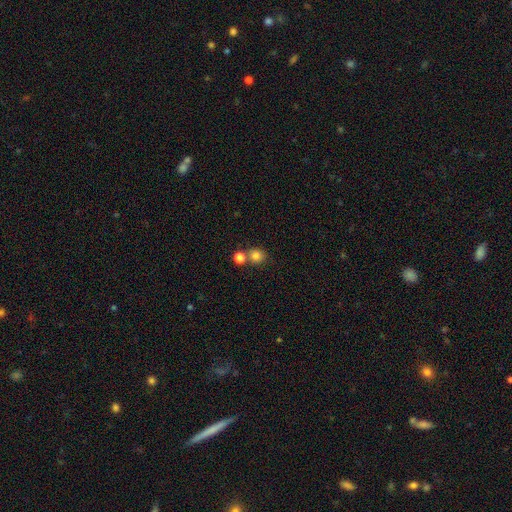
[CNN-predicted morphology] Smooth or featured? Predicted: smooth (p=0.80). How rounded? Predicted: round (p=0.87). Merging? Predicted: none (p=0.63).